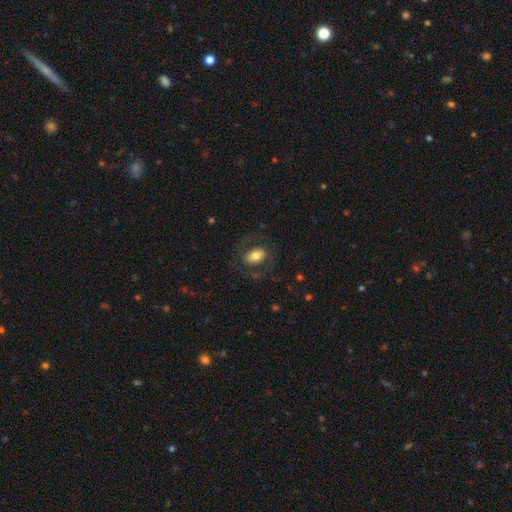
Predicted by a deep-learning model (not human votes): The model was most divided on "smooth or featured": smooth: 60%, featured or disk: 33%, star or artifact: 8%. More confident: how rounded — in between (84%); merging — none (69%).